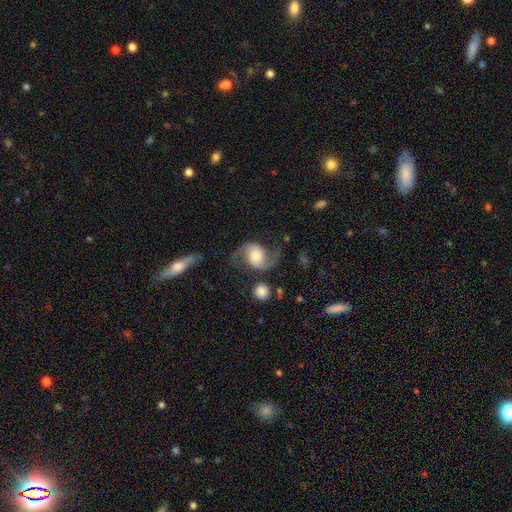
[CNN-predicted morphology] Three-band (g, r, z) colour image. It shows a featured or disk galaxy (84%) with no bar (60%), 2 (93%) loose (55%) spiral arms (97%) and a moderate central bulge (45%). Merging: none (69%).